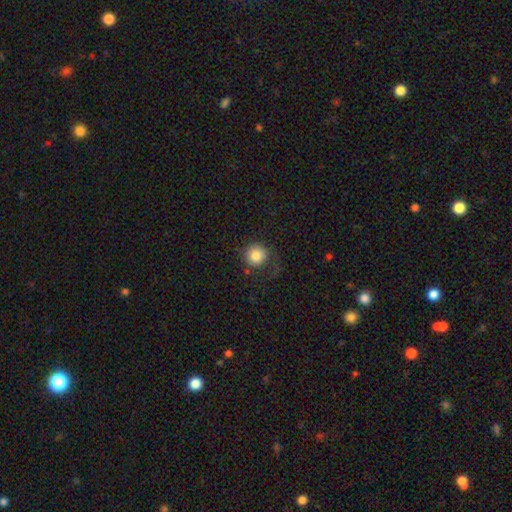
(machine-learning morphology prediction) This appears to be a smooth galaxy with no disk features (81%) that is round (91%). Merging: none (67%).